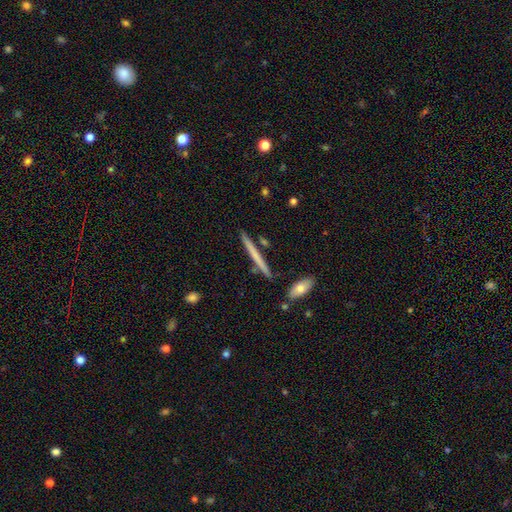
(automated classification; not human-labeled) Smooth or featured? smooth (51%)
How rounded? cigar-shaped (96%)
Merging? none (88%)